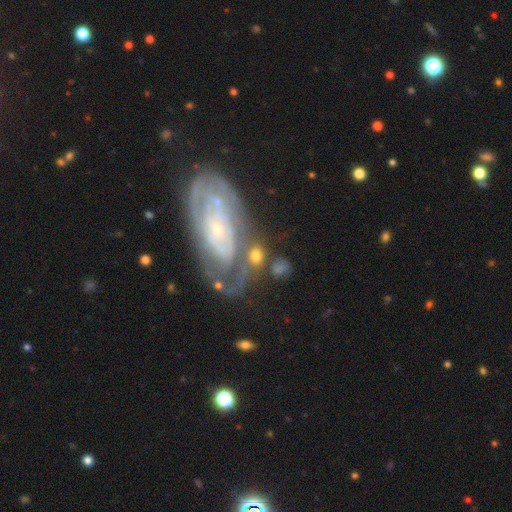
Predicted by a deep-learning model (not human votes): A smooth galaxy with no disk features (51%) that is round (64%).

Vote fractions:
- Smooth or featured? smooth: 51% / featured or disk: 40% / star or artifact: 10%
- How rounded? round: 64% / in between: 33% / cigar-shaped: 3%
- Merging? none: 53% / merger: 19% / minor disturbance: 17% / major disturbance: 11%